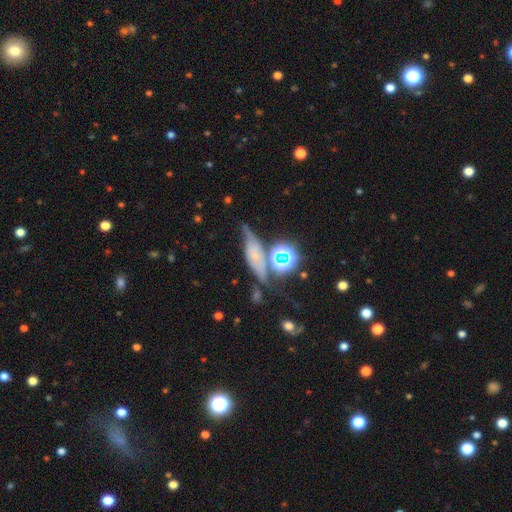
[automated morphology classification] Smooth or featured? Predicted: smooth (p=0.37). Merging? Predicted: none (p=0.53).